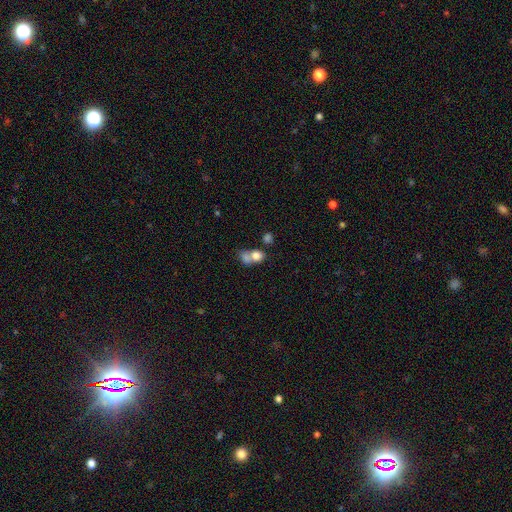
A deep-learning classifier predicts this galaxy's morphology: Overall: smooth (76%). How rounded: round (52%; in between 46%). Merging: merger (61%; none 25%).